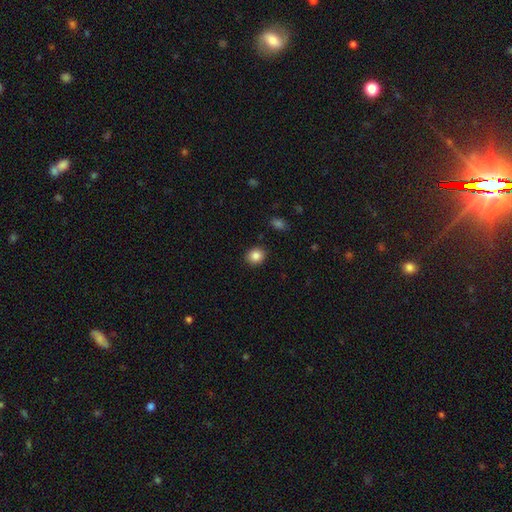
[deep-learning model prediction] Smooth or featured? smooth (86%)
How rounded? round (74%)
Merging? none (90%)